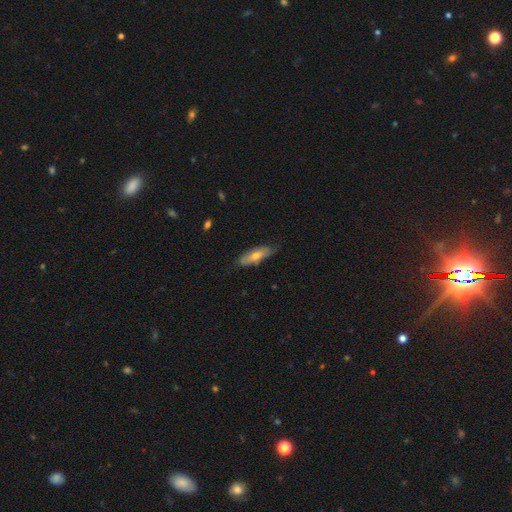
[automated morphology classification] A smooth galaxy with no disk features (54%) that is in between round and cigar-shaped (55%). Merging: none (75%).